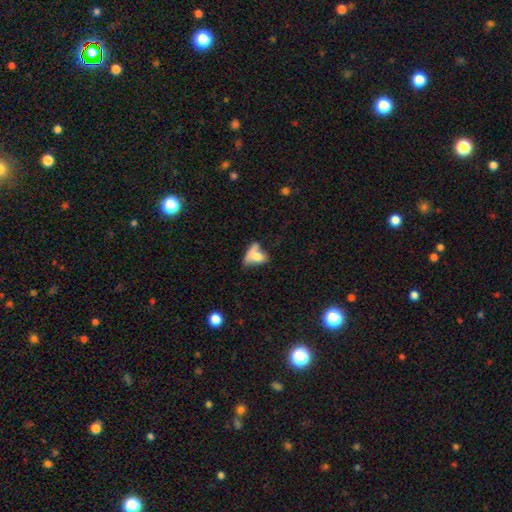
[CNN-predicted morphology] Q: Smooth or featured?
A: smooth (65%); runner-up: featured or disk (24%)
Q: How rounded?
A: in between (73%); runner-up: round (18%)
Q: Merging?
A: merger (36%); runner-up: none (25%)